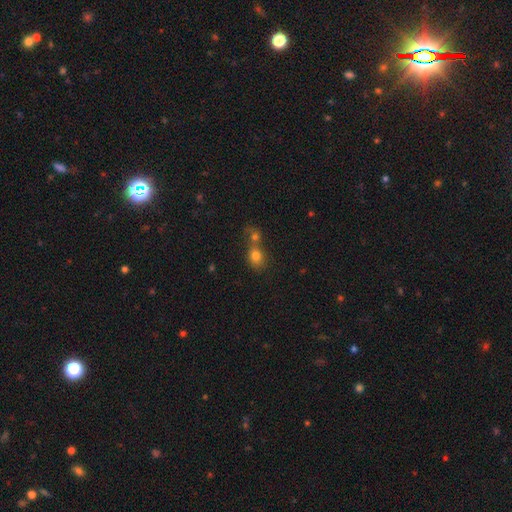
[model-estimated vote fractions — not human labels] This appears to be a smooth galaxy with no disk features (78%) that is round (61%). Merging: merger (62%).